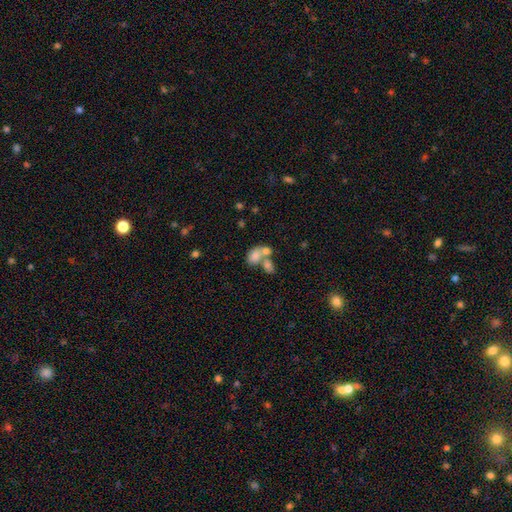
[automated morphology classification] A smooth galaxy with no disk features (70%) that is in between round and cigar-shaped (79%).

Vote fractions:
- Smooth or featured? smooth: 70% / featured or disk: 19% / star or artifact: 11%
- How rounded? in between: 79% / round: 19% / cigar-shaped: 2%
- Merging? merger: 63% / none: 22% / minor disturbance: 8% / major disturbance: 7%